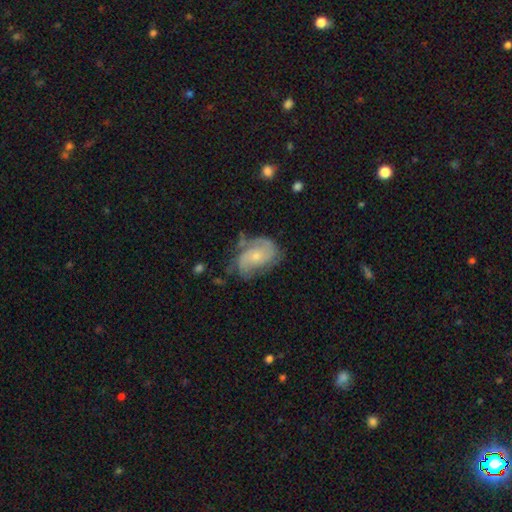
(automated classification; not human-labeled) Q: Smooth or featured?
A: featured or disk (73%); runner-up: smooth (21%)
Q: Edge-on disk?
A: no (97%); runner-up: yes (3%)
Q: Bar?
A: no (73%); runner-up: weak (23%)
Q: Spiral arms?
A: yes (90%); runner-up: no (10%)
Q: Spiral winding?
A: medium (42%); runner-up: tight (36%)
Q: Spiral arm count?
A: 2 (59%); runner-up: can't tell (19%)
Q: Bulge size?
A: small (68%); runner-up: moderate (27%)
Q: Merging?
A: none (54%); runner-up: minor disturbance (27%)